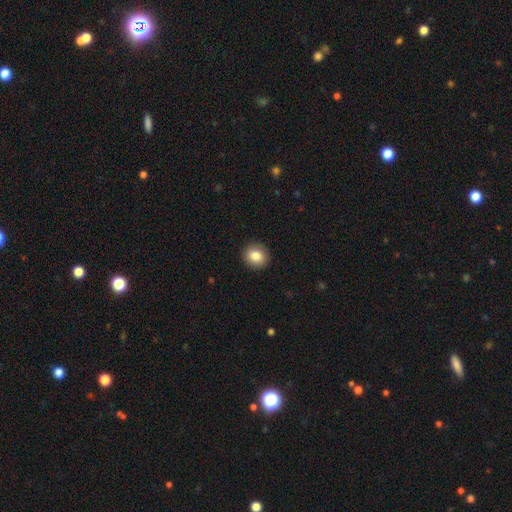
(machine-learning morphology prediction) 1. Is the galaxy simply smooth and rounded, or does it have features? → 84% smooth, 9% star or artifact, 7% featured or disk.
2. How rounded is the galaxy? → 82% round, 17% in between, 1% cigar-shaped.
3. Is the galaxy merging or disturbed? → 91% none, 6% minor disturbance, 2% major disturbance, 1% merger.